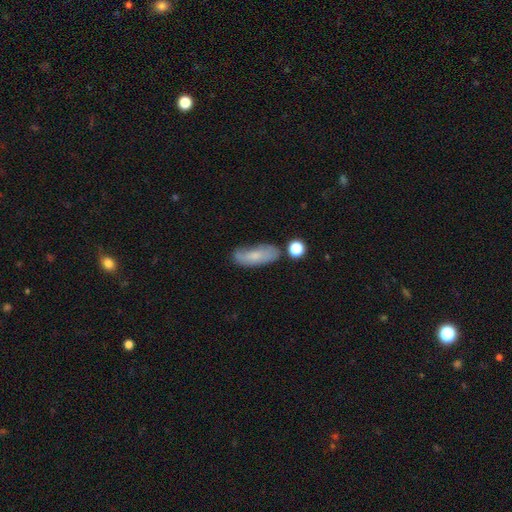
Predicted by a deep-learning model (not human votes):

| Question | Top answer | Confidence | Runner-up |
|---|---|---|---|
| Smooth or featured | smooth | 67% | featured or disk (25%) |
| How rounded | in between | 74% | cigar-shaped (23%) |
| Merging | none | 60% | minor disturbance (25%) |